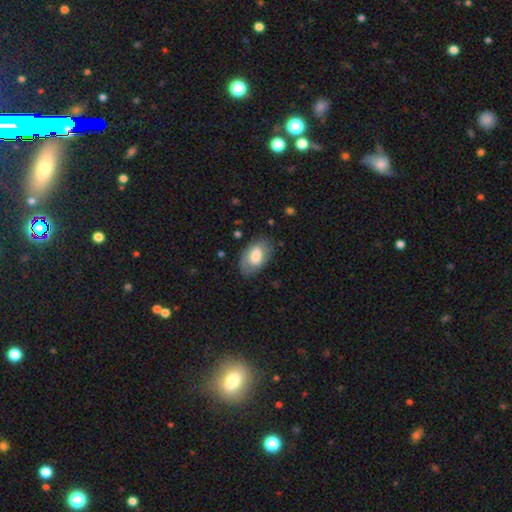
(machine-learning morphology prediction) smooth 68%, featured or disk 26%, star or artifact 6%. Down the decision tree: how rounded — in between (93%); merging — none (75%).